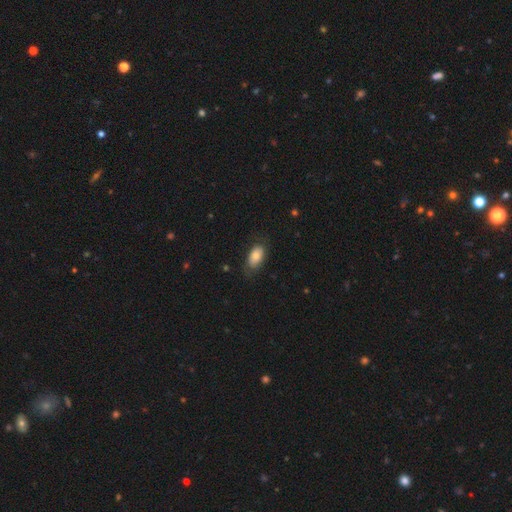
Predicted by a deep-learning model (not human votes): Morphology: type=smooth (77%); roundness=in between (92%); merging=none (72%).